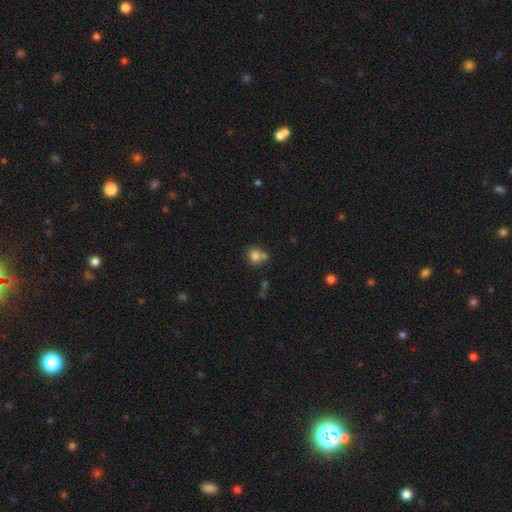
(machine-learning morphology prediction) This appears to be a smooth galaxy with no disk features (80%) that is round (75%). Merging: none (51%).